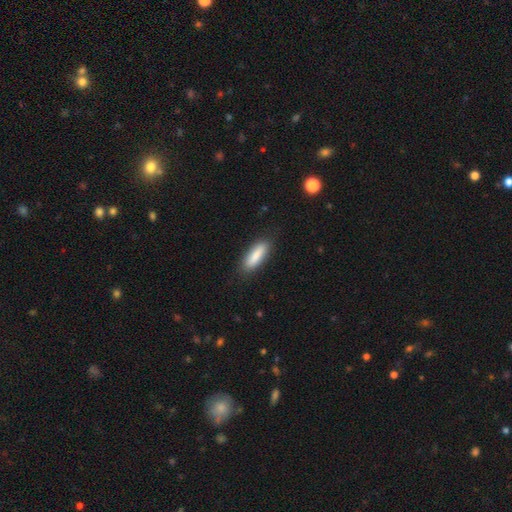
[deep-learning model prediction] Overall: smooth (85%). How rounded: cigar-shaped (54%; in between 45%). Merging: none (86%).